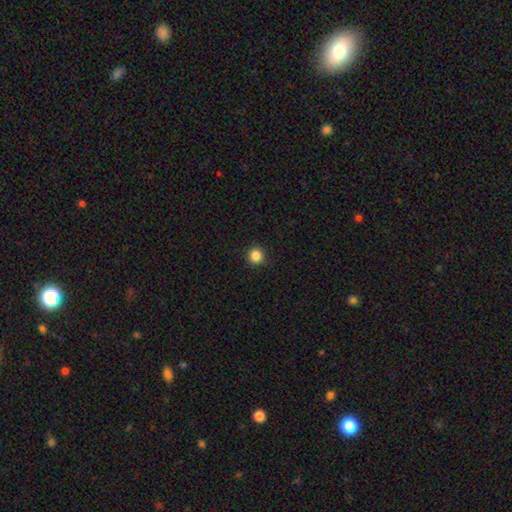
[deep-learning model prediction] Smooth or featured: smooth — 86% (star or artifact — 11%)
How rounded: round — 95% (in between — 4%)
Merging: none — 92% (minor disturbance — 6%)